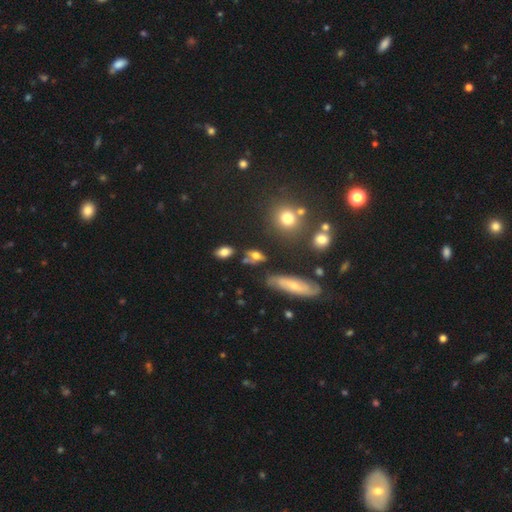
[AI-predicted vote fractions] This appears to be a smooth galaxy with no disk features (57%) that is in between round and cigar-shaped (70%). Merging: none (62%).